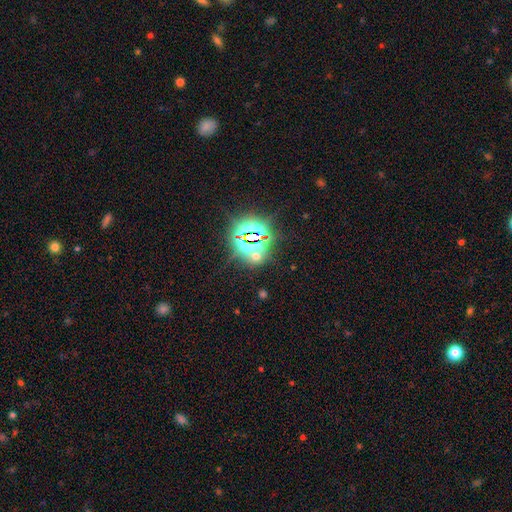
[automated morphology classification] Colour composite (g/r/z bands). It shows a star or artifact, not a galaxy (70%).